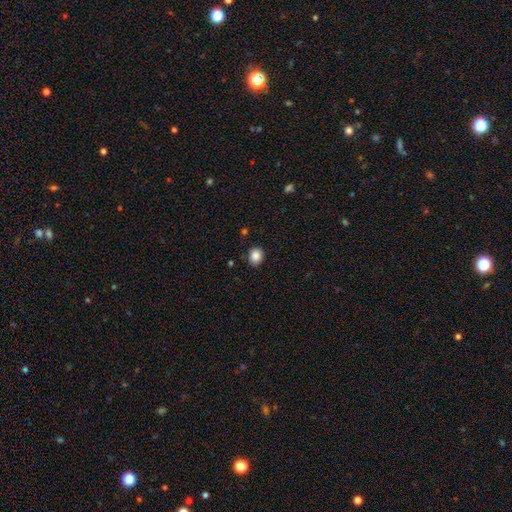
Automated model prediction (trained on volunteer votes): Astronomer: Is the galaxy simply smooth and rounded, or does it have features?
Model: smooth — 87%.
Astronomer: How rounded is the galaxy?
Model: round — 61% (runner-up: in between, 38%).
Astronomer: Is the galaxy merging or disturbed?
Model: none — 86%.